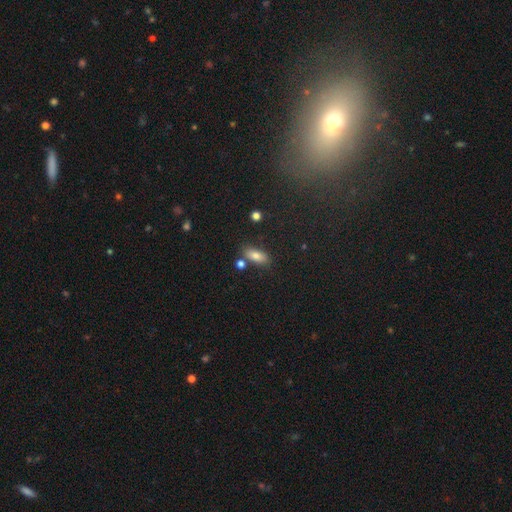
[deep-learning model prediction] Morphology: type=smooth (79%); roundness=in between (82%); merging=none (74%).